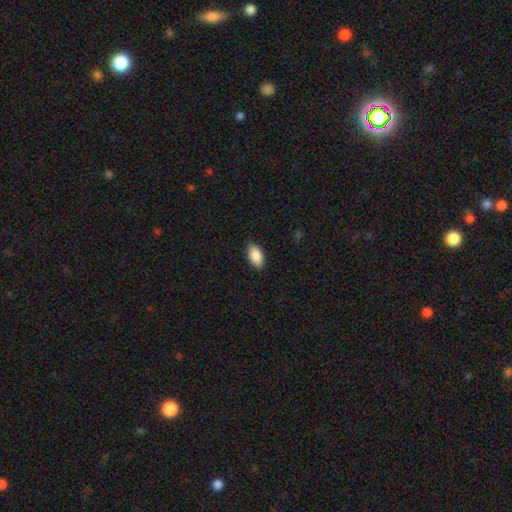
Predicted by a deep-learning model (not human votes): This appears to be a smooth galaxy with no disk features (89%) that is in between round and cigar-shaped (94%). Merging: none (88%).